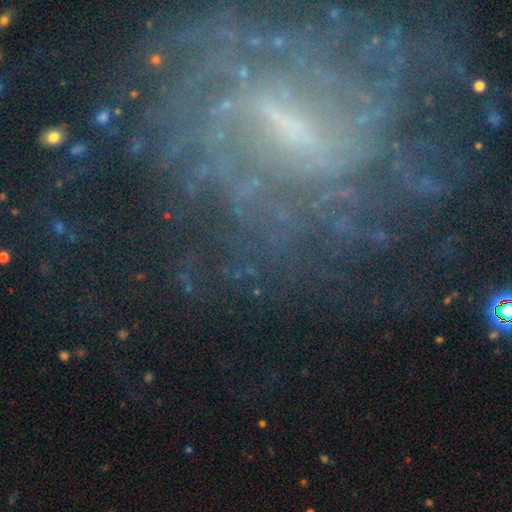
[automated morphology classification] This is likely a featured or disk galaxy (70%). It is clearly not viewed edge-on (95%). Bar: marginally strong (41%). Spiral arm pattern: likely yes (78%). Spiral arm count: possibly can't tell (49%). Spiral winding: possibly tight (52%). Central bulge: possibly small (46%). Merging: likely none (64%).